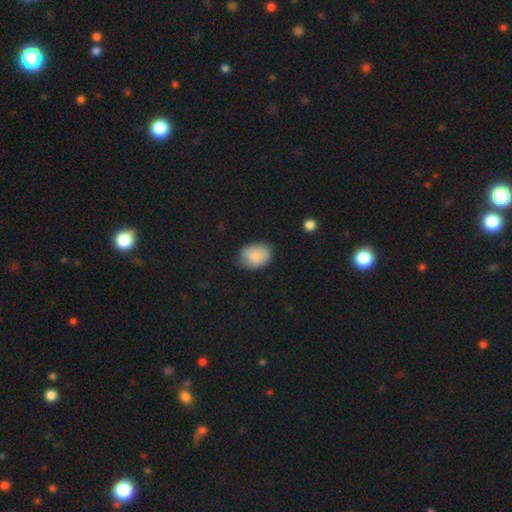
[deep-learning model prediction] A smooth galaxy with no disk features (84%) that is in between round and cigar-shaped (74%).

Vote fractions:
- Smooth or featured? smooth: 84% / featured or disk: 9% / star or artifact: 7%
- How rounded? in between: 74% / round: 25% / cigar-shaped: 1%
- Merging? none: 67% / minor disturbance: 26% / major disturbance: 5% / merger: 2%